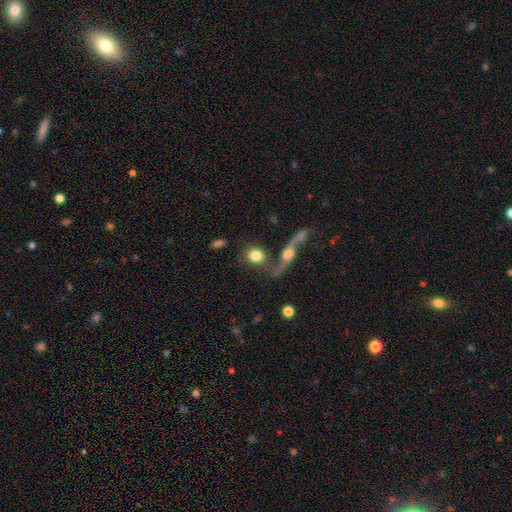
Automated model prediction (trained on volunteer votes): A smooth galaxy with no disk features (73%) that is round (75%).

Vote fractions:
- Smooth or featured? smooth: 73% / featured or disk: 19% / star or artifact: 8%
- How rounded? round: 75% / in between: 22% / cigar-shaped: 3%
- Merging? none: 53% / merger: 27% / minor disturbance: 12% / major disturbance: 9%